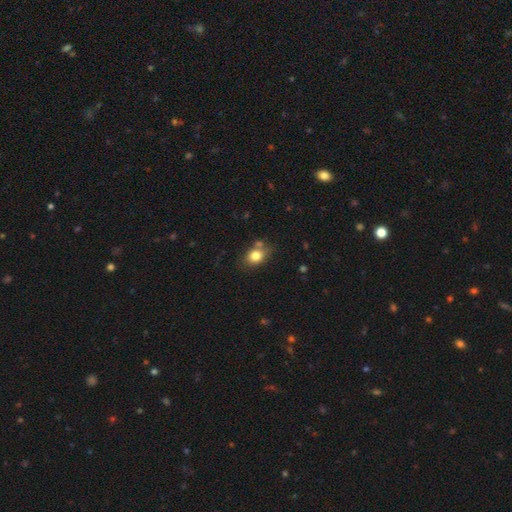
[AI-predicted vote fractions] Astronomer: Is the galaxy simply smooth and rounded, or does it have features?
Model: smooth — 81%.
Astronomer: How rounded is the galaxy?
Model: in between — 60% (runner-up: round, 38%).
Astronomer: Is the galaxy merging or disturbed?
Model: none — 65%.